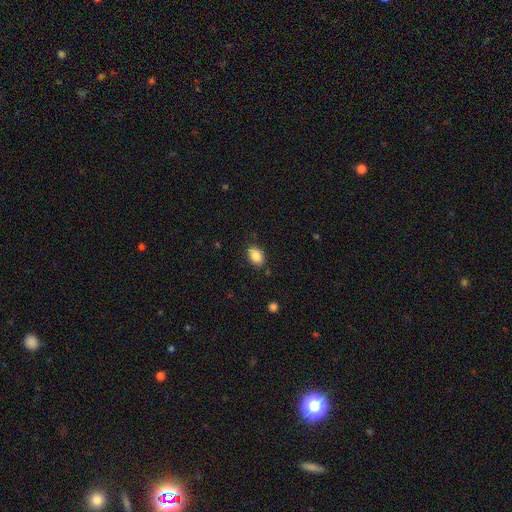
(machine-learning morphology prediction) Smooth or featured? Predicted: smooth (p=0.86). How rounded? Predicted: in between (p=0.85). Merging? Predicted: none (p=0.83).